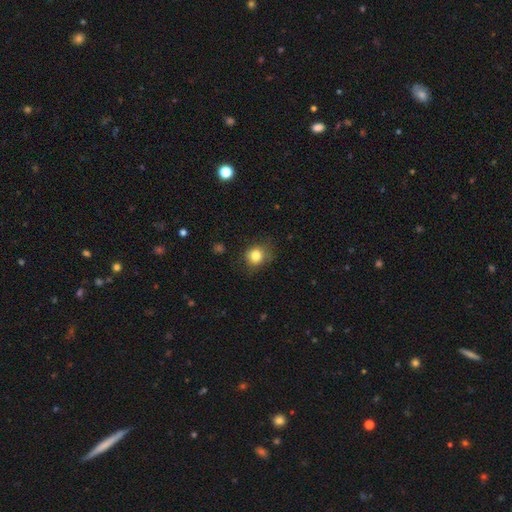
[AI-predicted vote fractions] Morphology: type=smooth (82%); roundness=round (74%); merging=none (74%).